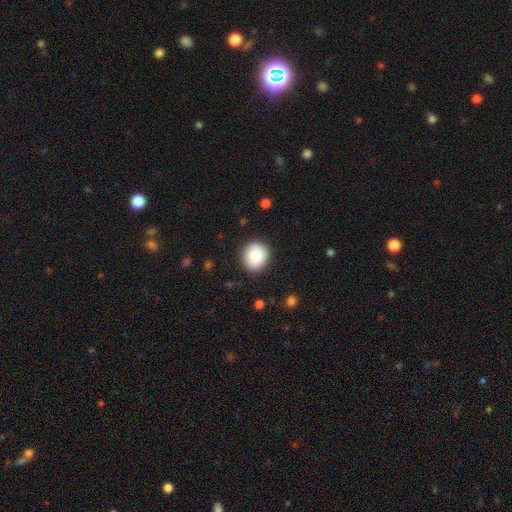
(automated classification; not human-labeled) This is clearly a smooth galaxy (83%). How rounded: clearly round (86%). Merging: clearly none (86%).